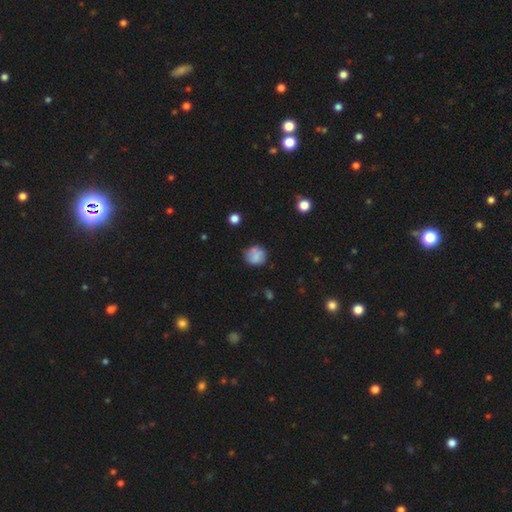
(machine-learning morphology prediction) Q: Smooth or featured?
A: smooth (78%); runner-up: featured or disk (13%)
Q: How rounded?
A: round (85%); runner-up: in between (14%)
Q: Merging?
A: none (66%); runner-up: minor disturbance (21%)